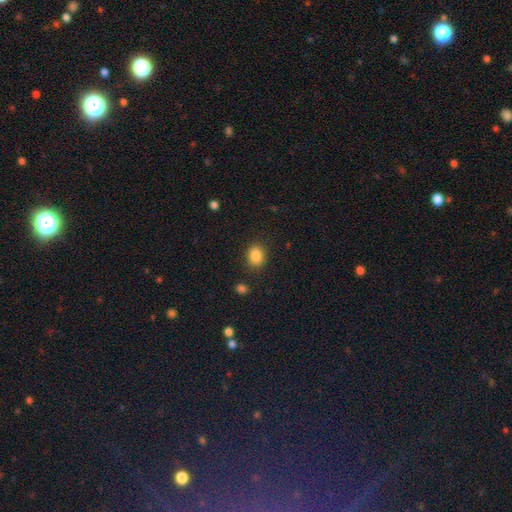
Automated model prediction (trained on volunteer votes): smooth_or_featured: smooth (p=0.86) [alt: star or artifact p=0.09]
how_rounded: in between (p=0.54) [alt: round p=0.45]
merging: none (p=0.85) [alt: minor disturbance p=0.10]